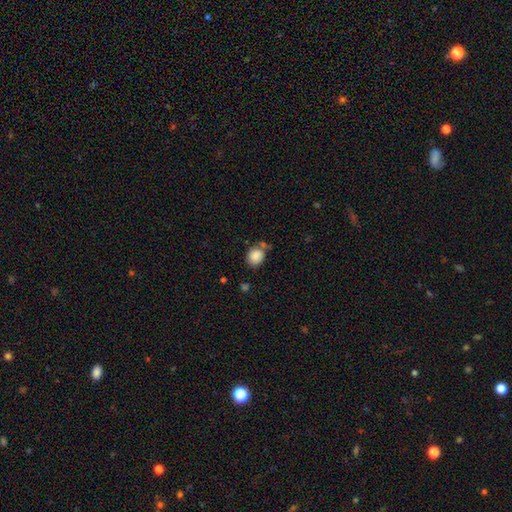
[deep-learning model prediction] Smooth or featured?
  - smooth: 86% *
  - star or artifact: 8%
  - featured or disk: 5%
How rounded?
  - round: 64% *
  - in between: 35%
  - cigar-shaped: 1%
Merging?
  - none: 63% *
  - minor disturbance: 19%
  - merger: 13%
  - major disturbance: 5%